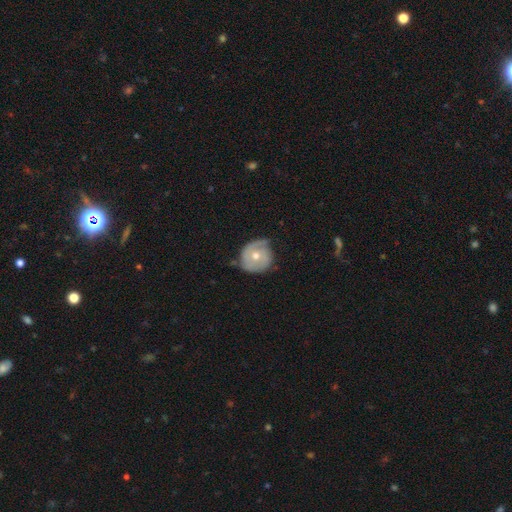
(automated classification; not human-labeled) Q: Smooth or featured?
A: featured or disk (64%); runner-up: smooth (30%)
Q: Edge-on disk?
A: no (97%); runner-up: yes (3%)
Q: Bar?
A: no (78%); runner-up: weak (18%)
Q: Spiral arms?
A: yes (80%); runner-up: no (20%)
Q: Bulge size?
A: moderate (63%); runner-up: small (34%)
Q: Merging?
A: none (57%); runner-up: minor disturbance (31%)